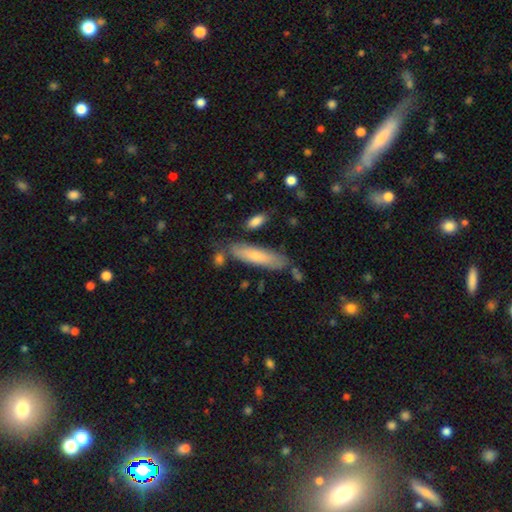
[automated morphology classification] type=smooth (69%); roundness=cigar-shaped (74%); merging=none (74%).